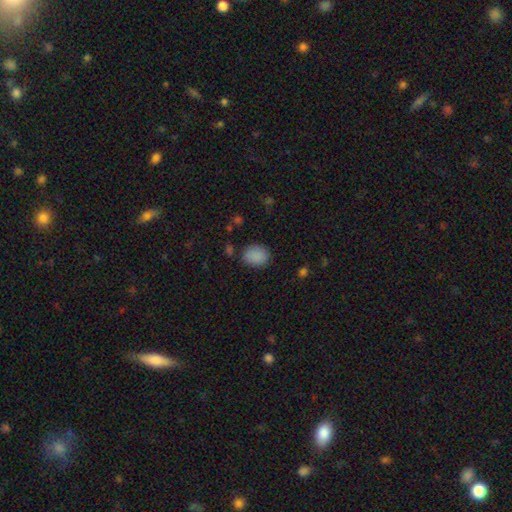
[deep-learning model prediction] Smooth or featured?
  - smooth: 87% *
  - star or artifact: 9%
  - featured or disk: 4%
How rounded?
  - round: 53% *
  - in between: 46%
  - cigar-shaped: 1%
Merging?
  - none: 81% *
  - minor disturbance: 13%
  - major disturbance: 4%
  - merger: 2%